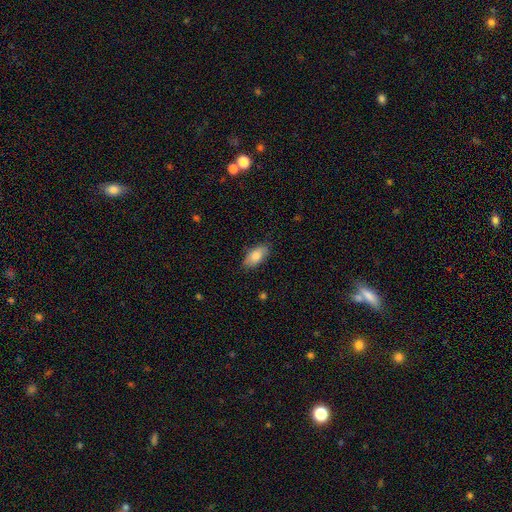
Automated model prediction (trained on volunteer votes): A smooth galaxy with no disk features (81%) that is in between round and cigar-shaped (91%). Merging: none (83%).